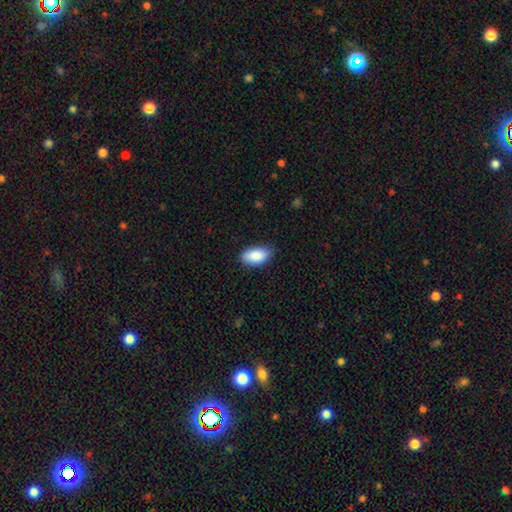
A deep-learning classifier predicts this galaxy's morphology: The model was most divided on "merging": none: 82%, minor disturbance: 15%, major disturbance: 2%, merger: 1%. More confident: how rounded — in between (94%); smooth or featured — smooth (89%).